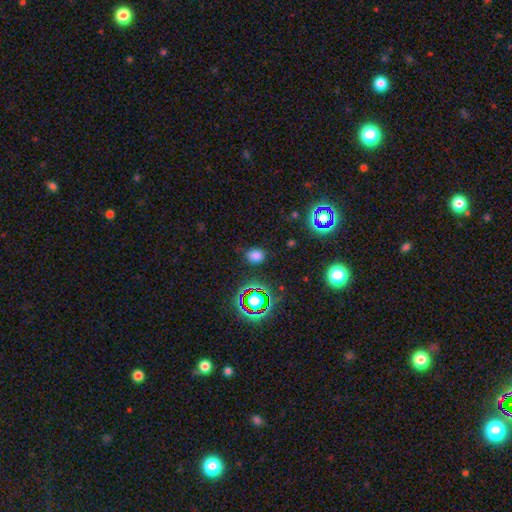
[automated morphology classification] type=smooth (70%); roundness=in between (55%); merging=none (79%).